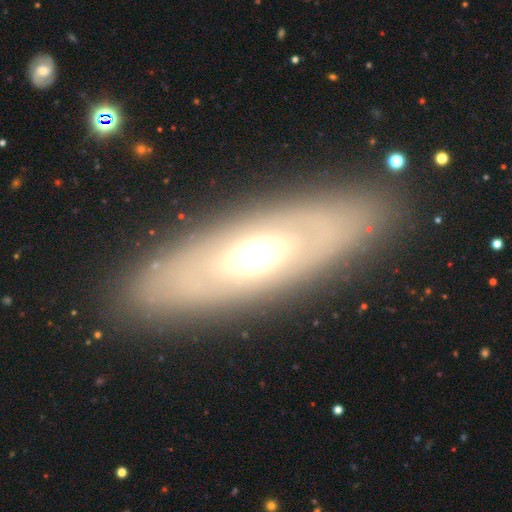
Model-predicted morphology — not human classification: Smooth or featured: featured or disk — 52% (smooth — 40%)
Edge-on disk: no — 65% (yes — 35%)
Merging: none — 85% (minor disturbance — 9%)